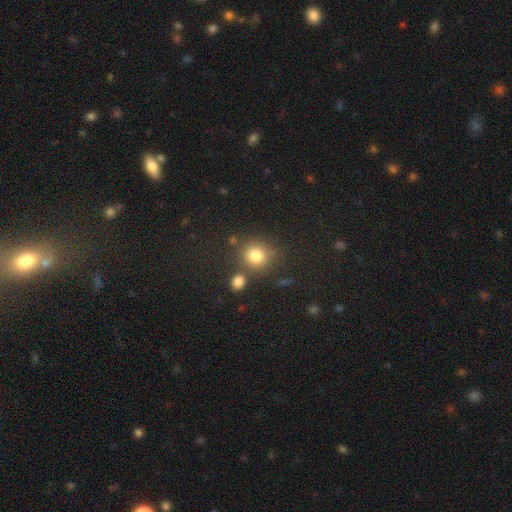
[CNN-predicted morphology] The model was most divided on "merging": none: 70%, merger: 14%, minor disturbance: 11%, major disturbance: 4%. More confident: how rounded — round (85%); smooth or featured — smooth (80%).